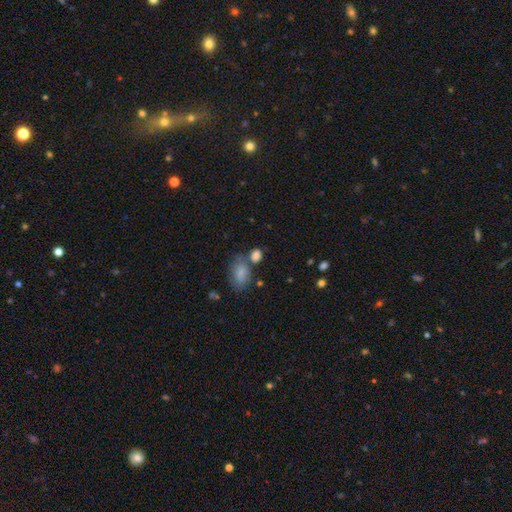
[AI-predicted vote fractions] smooth 81%, star or artifact 10%, featured or disk 8%. Down the decision tree: how rounded — in between (55%); merging — none (53%).